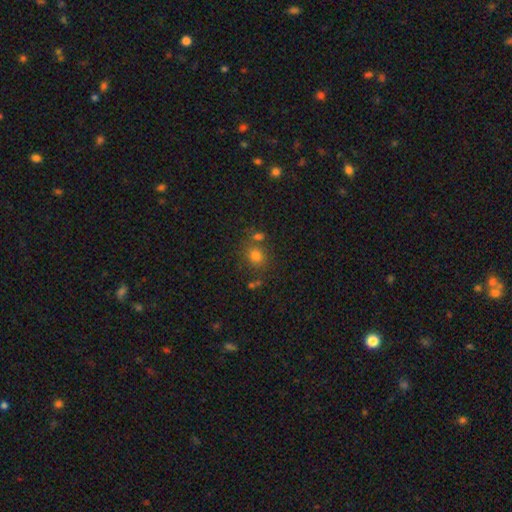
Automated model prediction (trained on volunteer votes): A smooth galaxy with no disk features (74%) that is round (71%).

Vote fractions:
- Smooth or featured? smooth: 74% / star or artifact: 17% / featured or disk: 8%
- How rounded? round: 71% / in between: 28% / cigar-shaped: 1%
- Merging? none: 69% / merger: 16% / minor disturbance: 11% / major disturbance: 4%